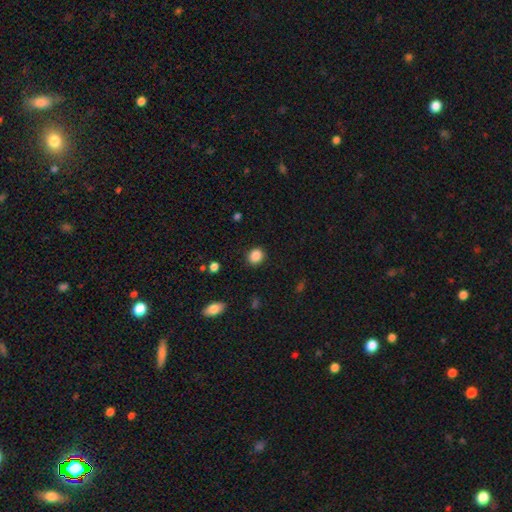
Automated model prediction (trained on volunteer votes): Q: Smooth or featured?
A: smooth (87%); runner-up: star or artifact (10%)
Q: How rounded?
A: round (73%); runner-up: in between (26%)
Q: Merging?
A: none (89%); runner-up: minor disturbance (7%)